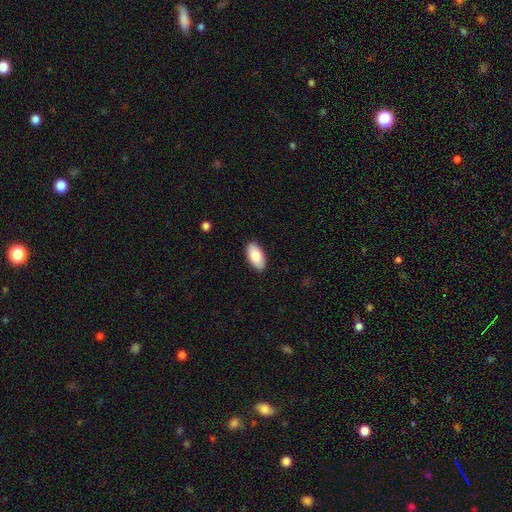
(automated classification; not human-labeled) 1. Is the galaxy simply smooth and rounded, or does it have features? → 83% smooth, 12% featured or disk, 6% star or artifact.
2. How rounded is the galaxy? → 95% in between, 3% cigar-shaped, 2% round.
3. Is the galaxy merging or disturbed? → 90% none, 8% minor disturbance, 2% major disturbance, 1% merger.